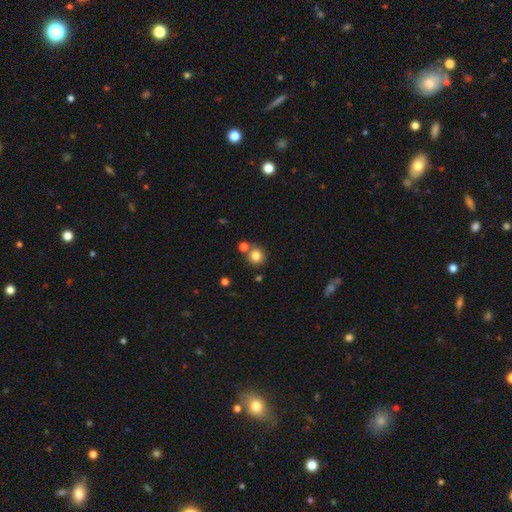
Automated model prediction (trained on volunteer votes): Smooth or featured?
  - smooth: 81% *
  - star or artifact: 12%
  - featured or disk: 8%
How rounded?
  - round: 90% *
  - in between: 9%
  - cigar-shaped: 1%
Merging?
  - none: 70% *
  - merger: 18%
  - minor disturbance: 9%
  - major disturbance: 3%